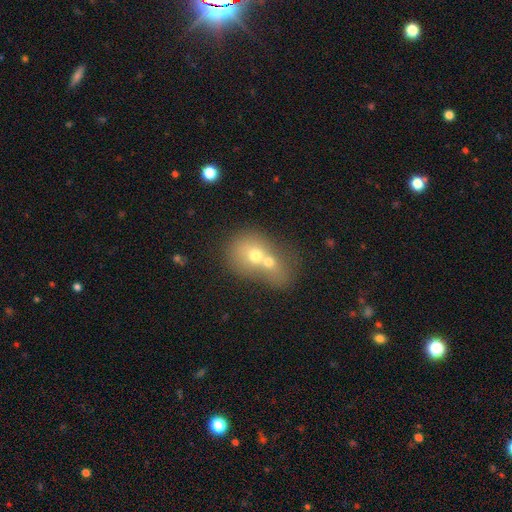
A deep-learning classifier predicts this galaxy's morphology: Smooth or featured: smooth — 61% (featured or disk — 28%)
How rounded: round — 66% (in between — 33%)
Merging: merger — 75% (none — 16%)